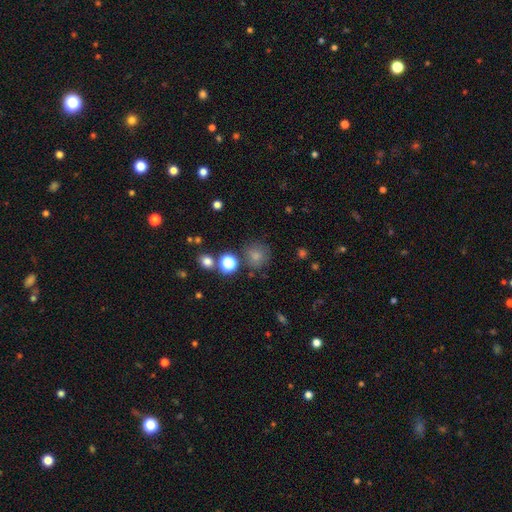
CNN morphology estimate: This appears to be a smooth galaxy with no disk features (76%) that is round (89%). Merging: none (76%).